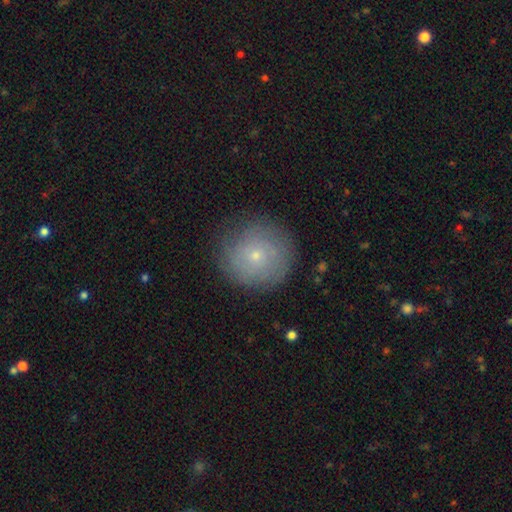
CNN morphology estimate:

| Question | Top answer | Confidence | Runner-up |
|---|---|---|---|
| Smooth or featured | smooth | 54% | featured or disk (35%) |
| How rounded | round | 93% | in between (6%) |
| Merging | none | 83% | minor disturbance (12%) |